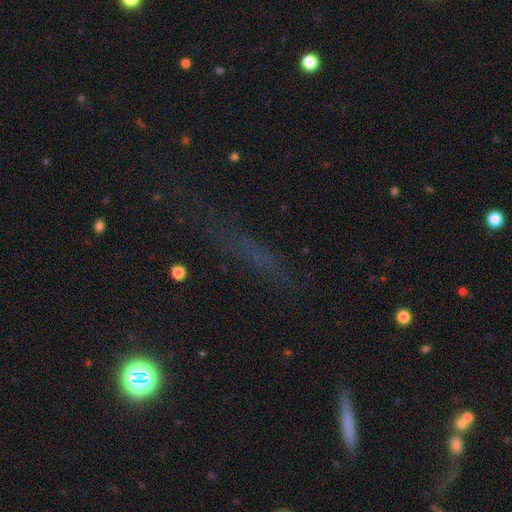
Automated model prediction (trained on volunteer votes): Q: Smooth or featured?
A: star or artifact (42%); runner-up: smooth (36%)